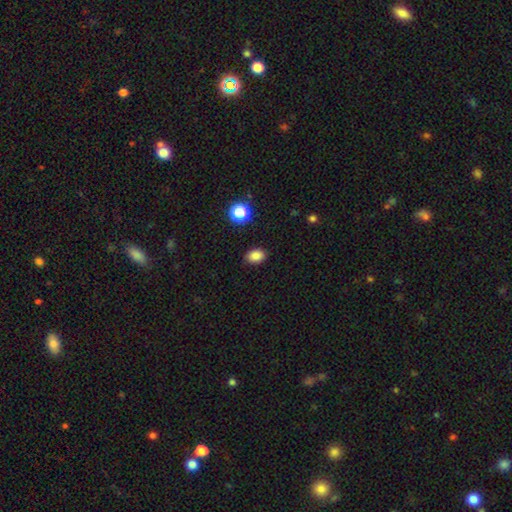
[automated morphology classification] smooth-or-featured: smooth: 85% | star or artifact: 11% | featured or disk: 4%
  how-rounded: in between: 74% | round: 25% | cigar-shaped: 1%
  merging: none: 87% | minor disturbance: 9% | major disturbance: 2% | merger: 1%